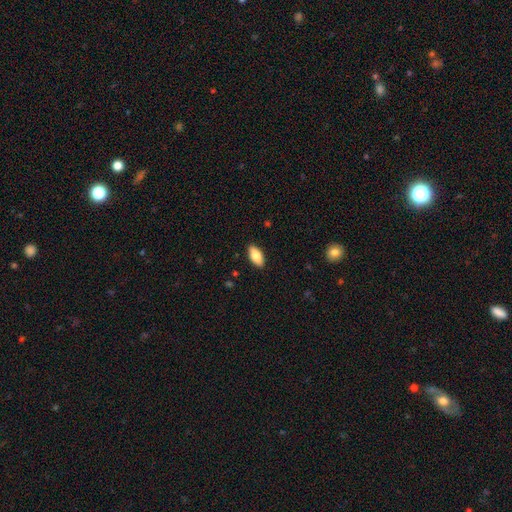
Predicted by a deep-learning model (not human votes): Smooth or featured? Predicted: smooth (p=0.83). How rounded? Predicted: in between (p=0.90). Merging? Predicted: none (p=0.89).